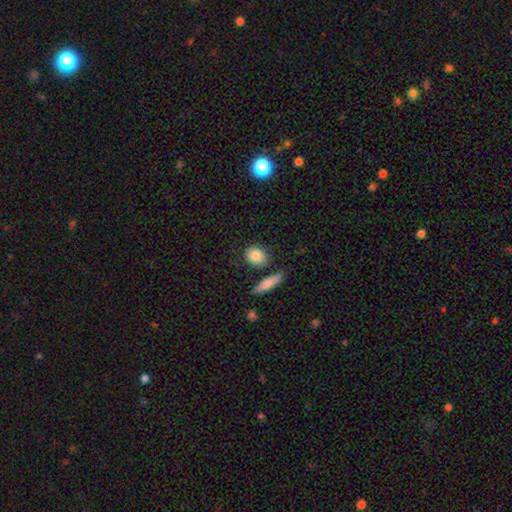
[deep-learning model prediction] Smooth or featured?
  - smooth: 86% *
  - star or artifact: 7%
  - featured or disk: 7%
How rounded?
  - round: 49% *
  - in between: 46%
  - cigar-shaped: 5%
Merging?
  - none: 78% *
  - minor disturbance: 12%
  - merger: 7%
  - major disturbance: 3%